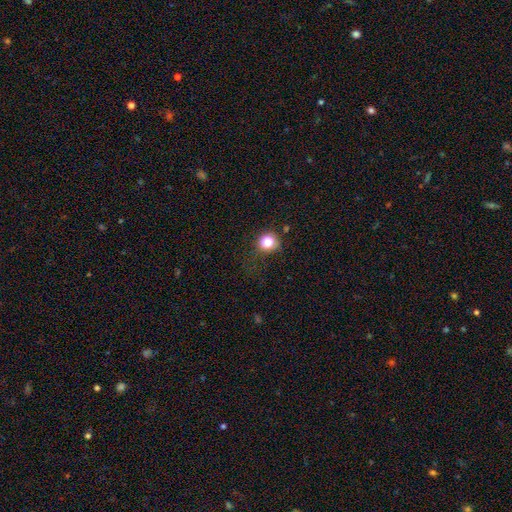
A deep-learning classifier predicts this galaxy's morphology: Smooth or featured?
  - smooth: 53% *
  - star or artifact: 39%
  - featured or disk: 7%
How rounded?
  - round: 86% *
  - in between: 12%
  - cigar-shaped: 1%
Merging?
  - none: 75% *
  - minor disturbance: 12%
  - major disturbance: 9%
  - merger: 3%